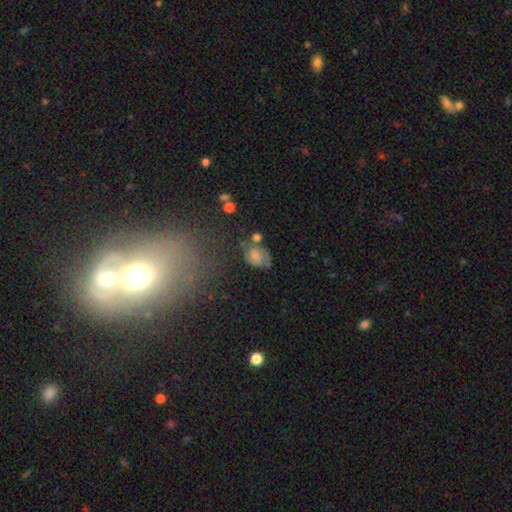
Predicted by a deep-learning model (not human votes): The model was most divided on "smooth or featured": smooth: 50%, featured or disk: 39%, star or artifact: 12%. Remaining: merging — none (43%).